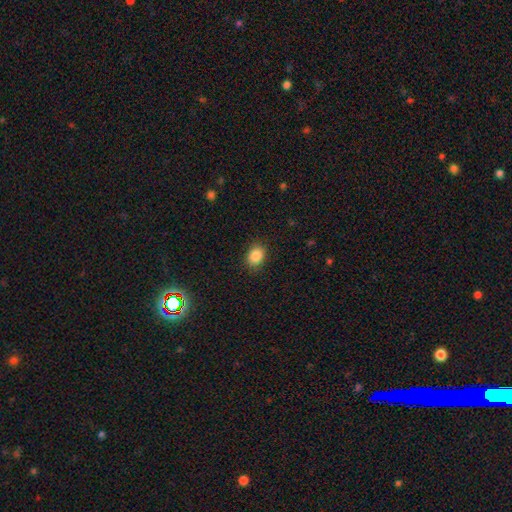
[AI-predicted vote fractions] smooth-or-featured: smooth: 87% | star or artifact: 9% | featured or disk: 4%
  how-rounded: in between: 64% | round: 35% | cigar-shaped: 1%
  merging: none: 86% | minor disturbance: 10% | major disturbance: 3% | merger: 1%